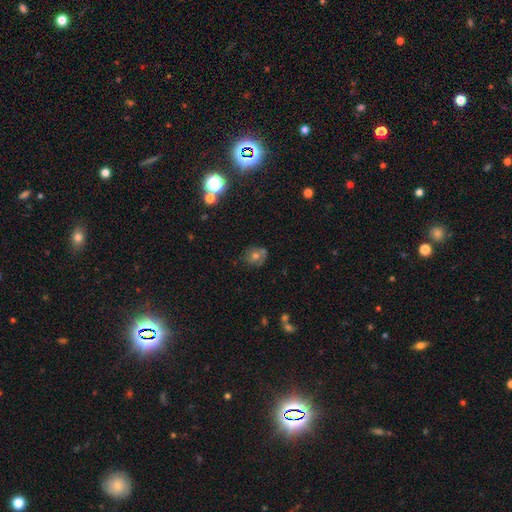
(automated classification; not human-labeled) Smooth or featured? smooth (46%)
Merging? none (66%)